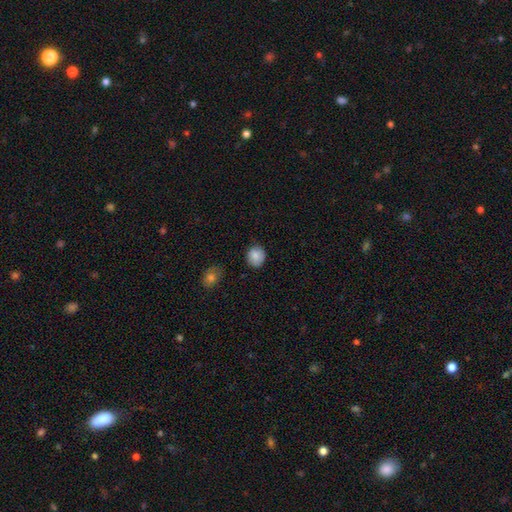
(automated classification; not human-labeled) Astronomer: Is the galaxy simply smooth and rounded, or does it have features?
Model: smooth — 86%.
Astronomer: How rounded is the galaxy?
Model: round — 76%.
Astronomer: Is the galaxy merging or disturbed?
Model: none — 80%.